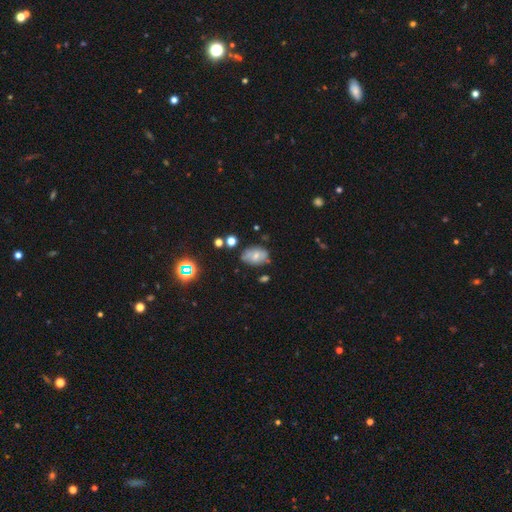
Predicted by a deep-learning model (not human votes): The model was most divided on "smooth or featured": smooth: 54%, featured or disk: 31%, star or artifact: 15%. More confident: how rounded — in between (82%); merging — none (61%).